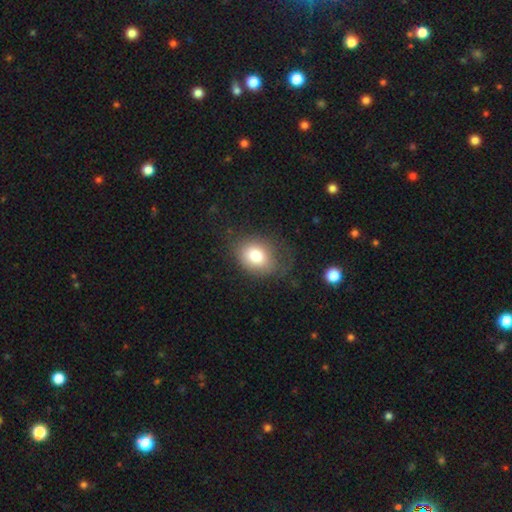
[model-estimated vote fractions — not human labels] smooth_or_featured: smooth (p=0.78) [alt: featured or disk p=0.12]
how_rounded: in between (p=0.56) [alt: round p=0.43]
merging: none (p=0.60) [alt: minor disturbance p=0.24]